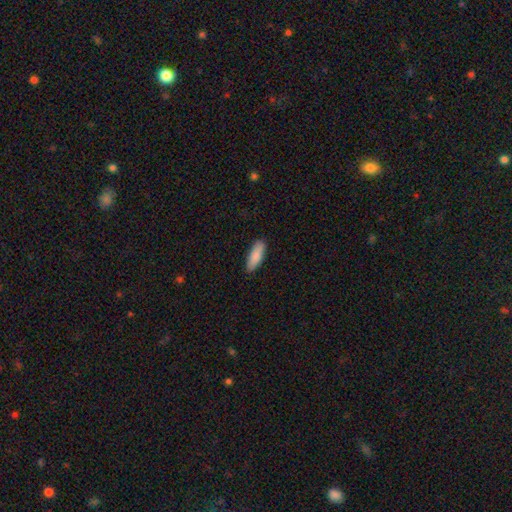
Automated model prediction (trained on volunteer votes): smooth 88%, featured or disk 6%, star or artifact 6%. Down the decision tree: how rounded — in between (58%); merging — none (86%).